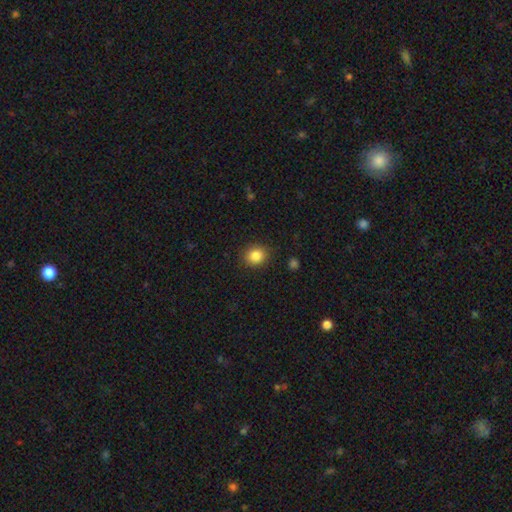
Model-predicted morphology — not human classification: This is clearly a smooth galaxy (85%). How rounded: likely round (76%). Merging: clearly none (87%).